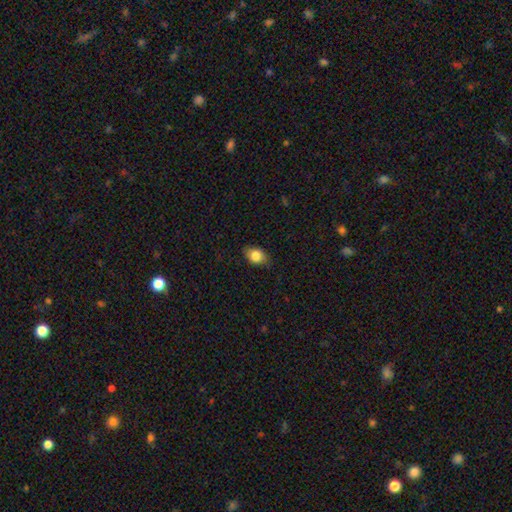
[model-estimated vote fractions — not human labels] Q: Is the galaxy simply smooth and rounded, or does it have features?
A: smooth — 81%.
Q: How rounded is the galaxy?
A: in between — 72%.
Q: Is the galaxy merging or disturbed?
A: none — 78%.